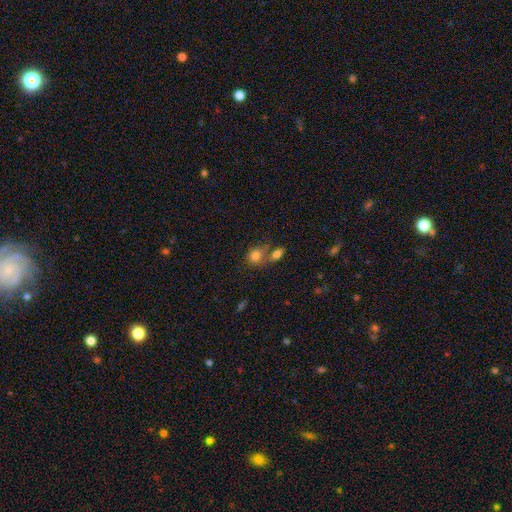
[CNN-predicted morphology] Smooth or featured?
  - smooth: 81% *
  - featured or disk: 10%
  - star or artifact: 10%
How rounded?
  - round: 51% *
  - in between: 47%
  - cigar-shaped: 2%
Merging?
  - merger: 44% *
  - none: 36%
  - minor disturbance: 13%
  - major disturbance: 7%